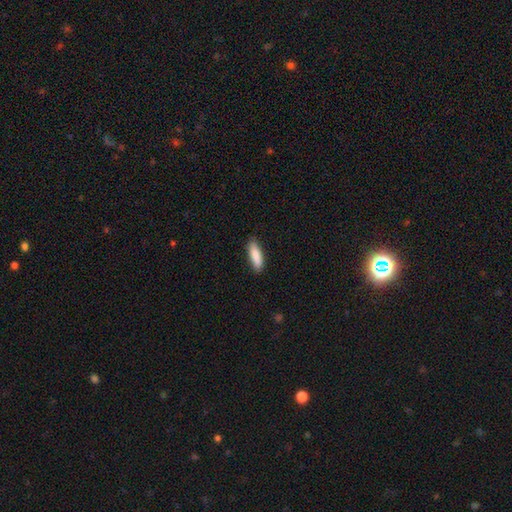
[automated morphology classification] This is clearly a smooth galaxy (87%). How rounded: possibly cigar-shaped (52%). Merging: clearly none (85%).